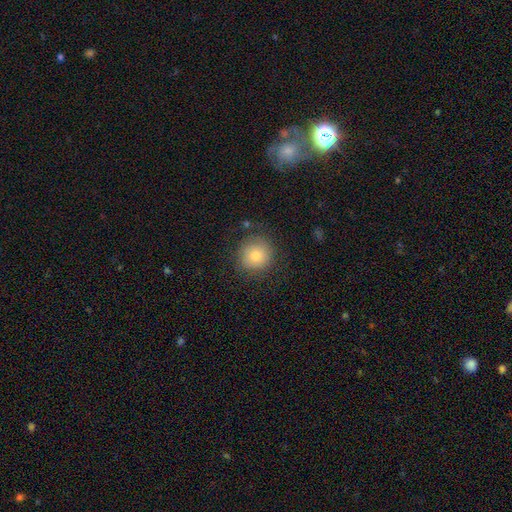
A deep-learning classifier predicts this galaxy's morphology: Q: Smooth or featured?
A: smooth (71%); runner-up: featured or disk (15%)
Q: How rounded?
A: round (93%); runner-up: in between (6%)
Q: Merging?
A: none (83%); runner-up: minor disturbance (11%)